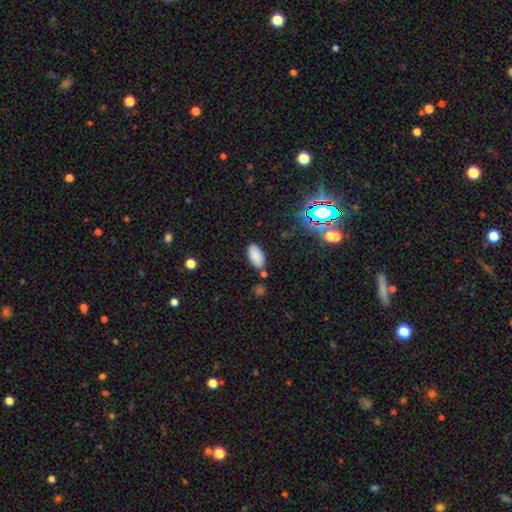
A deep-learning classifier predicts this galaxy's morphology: Q: Smooth or featured?
A: smooth (85%); runner-up: star or artifact (10%)
Q: How rounded?
A: in between (93%); runner-up: cigar-shaped (5%)
Q: Merging?
A: none (77%); runner-up: minor disturbance (12%)